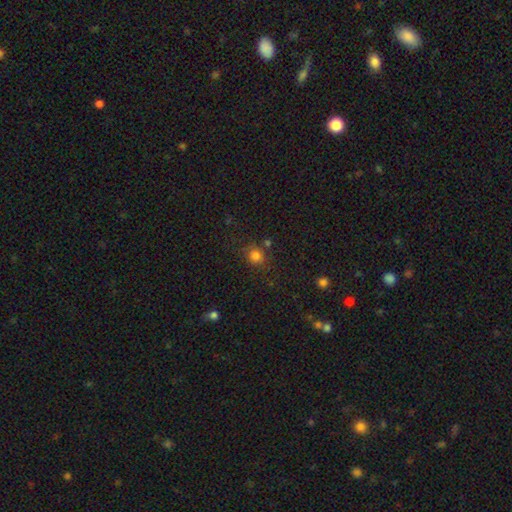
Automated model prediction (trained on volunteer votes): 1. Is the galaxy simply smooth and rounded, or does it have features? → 79% smooth, 15% star or artifact, 6% featured or disk.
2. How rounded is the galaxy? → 81% round, 18% in between, 1% cigar-shaped.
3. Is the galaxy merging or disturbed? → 74% none, 14% minor disturbance, 7% merger, 5% major disturbance.